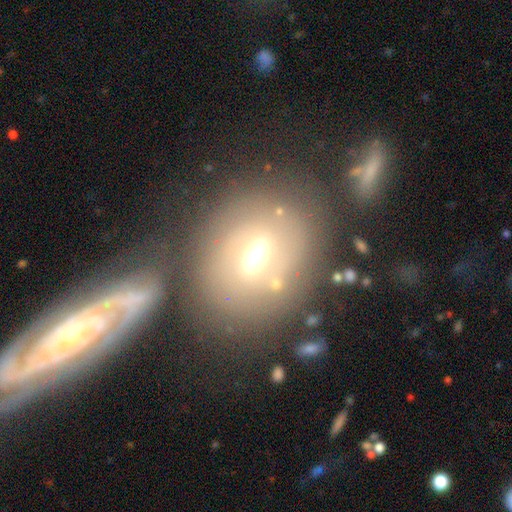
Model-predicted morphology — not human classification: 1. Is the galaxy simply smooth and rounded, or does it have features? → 54% featured or disk, 35% smooth, 10% star or artifact.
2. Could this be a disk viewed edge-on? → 89% no, 11% yes.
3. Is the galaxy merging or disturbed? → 56% none, 20% merger, 15% minor disturbance, 8% major disturbance.